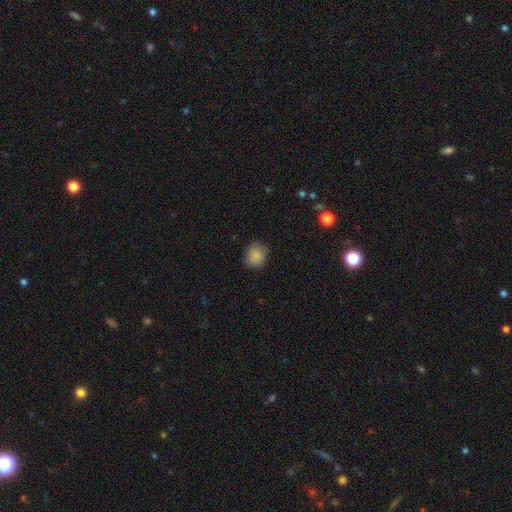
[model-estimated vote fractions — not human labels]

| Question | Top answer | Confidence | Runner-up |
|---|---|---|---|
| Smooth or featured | smooth | 87% | star or artifact (9%) |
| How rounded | round | 76% | in between (23%) |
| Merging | none | 82% | minor disturbance (14%) |